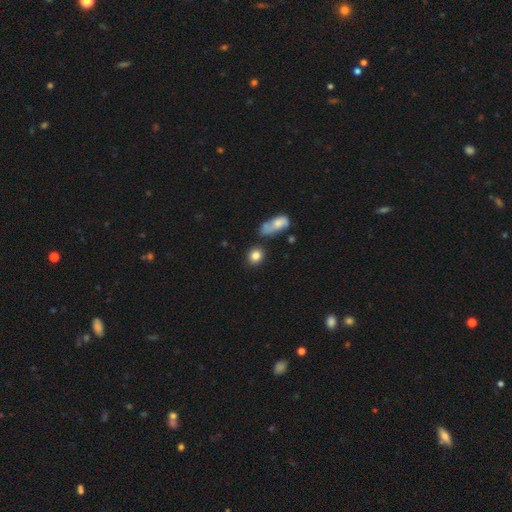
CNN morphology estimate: Smooth or featured? smooth (83%)
How rounded? round (65%)
Merging? none (74%)